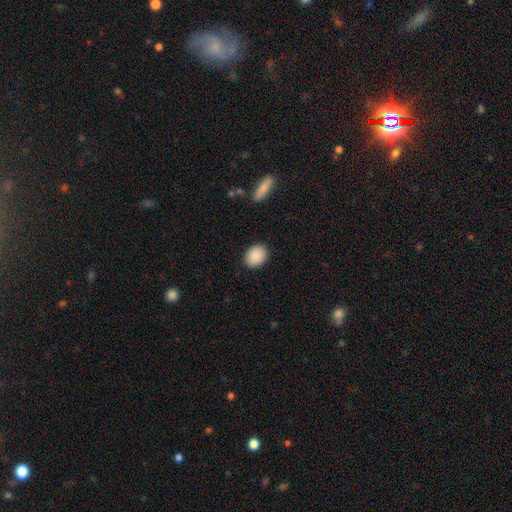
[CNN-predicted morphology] Smooth or featured?
  - smooth: 89% *
  - star or artifact: 7%
  - featured or disk: 4%
How rounded?
  - in between: 53% *
  - round: 46%
  - cigar-shaped: 1%
Merging?
  - none: 89% *
  - minor disturbance: 8%
  - major disturbance: 2%
  - merger: 1%